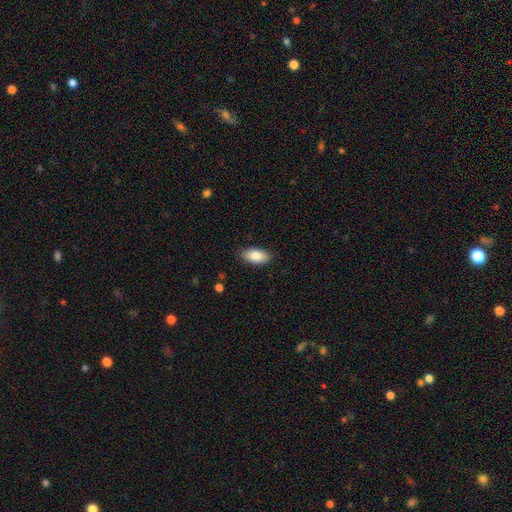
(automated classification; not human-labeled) Smooth or featured?
  - smooth: 86% *
  - featured or disk: 8%
  - star or artifact: 6%
How rounded?
  - in between: 93% *
  - cigar-shaped: 4%
  - round: 3%
Merging?
  - none: 87% *
  - minor disturbance: 10%
  - major disturbance: 2%
  - merger: 1%